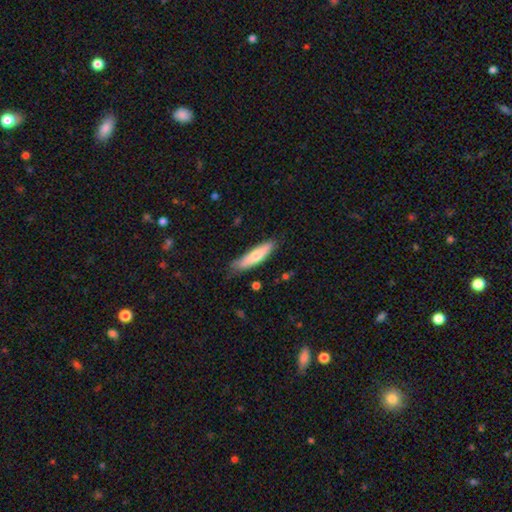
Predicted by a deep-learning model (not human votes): smooth-or-featured: smooth: 70% | featured or disk: 25% | star or artifact: 5%
  how-rounded: cigar-shaped: 74% | in between: 24% | round: 1%
  merging: none: 79% | minor disturbance: 17% | major disturbance: 3% | merger: 2%